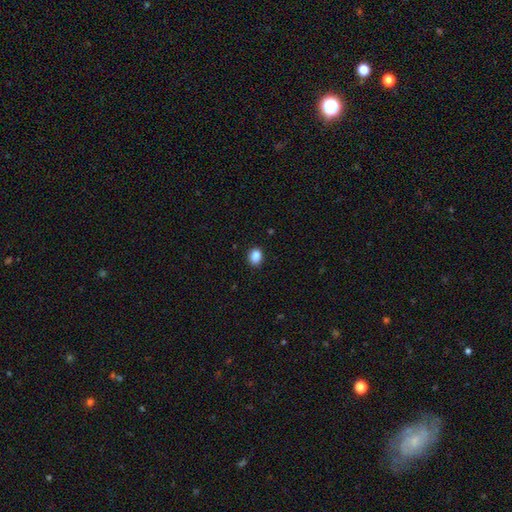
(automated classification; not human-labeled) smooth 87%, star or artifact 10%, featured or disk 3%. Down the decision tree: how rounded — round (53%); merging — none (89%).